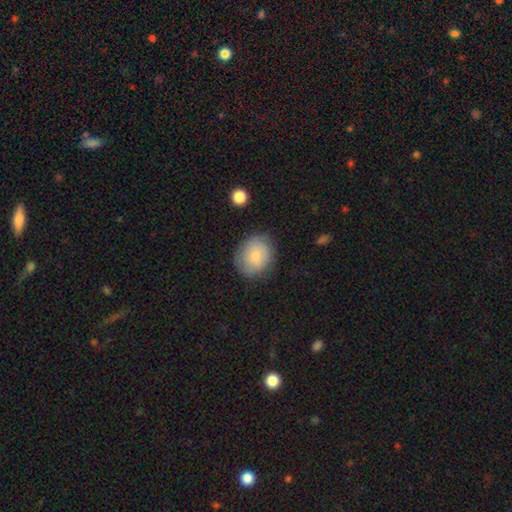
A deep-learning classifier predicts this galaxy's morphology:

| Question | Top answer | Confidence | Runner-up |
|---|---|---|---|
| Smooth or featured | smooth | 75% | featured or disk (17%) |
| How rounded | round | 65% | in between (35%) |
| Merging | none | 75% | minor disturbance (18%) |